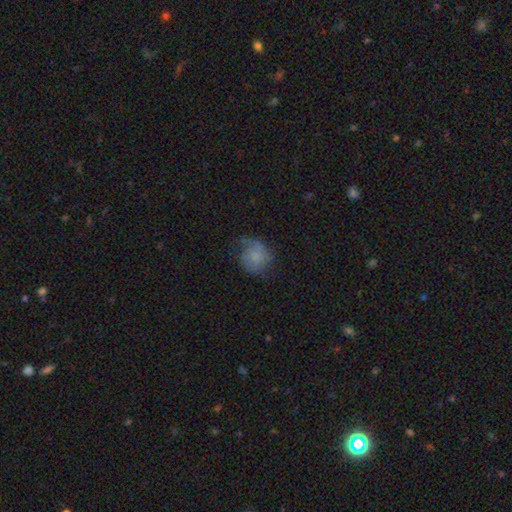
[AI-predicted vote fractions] Smooth or featured? Predicted: smooth (p=0.65). How rounded? Predicted: round (p=0.75). Merging? Predicted: none (p=0.52).